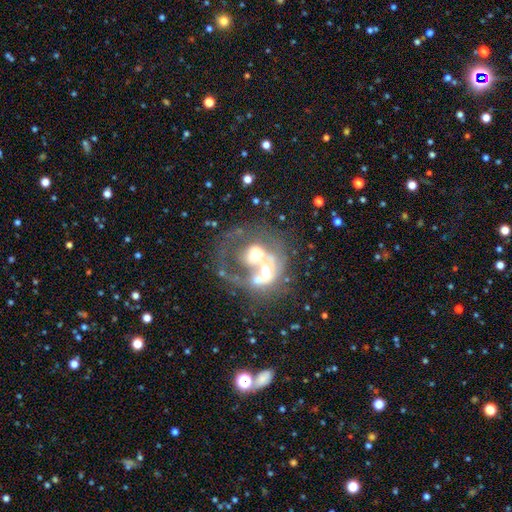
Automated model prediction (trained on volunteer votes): Smooth or featured? featured or disk (64%)
Edge-on disk? no (97%)
Bar? no (76%)
Spiral arms? no (63%)
Bulge size? moderate (57%)
Merging? merger (62%)